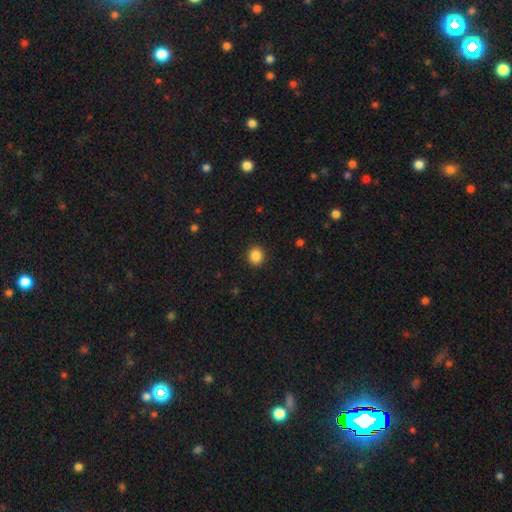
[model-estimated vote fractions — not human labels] The model was most divided on "how rounded": round: 87%, in between: 13%, cigar-shaped: 1%. More confident: merging — none (92%); smooth or featured — smooth (86%).